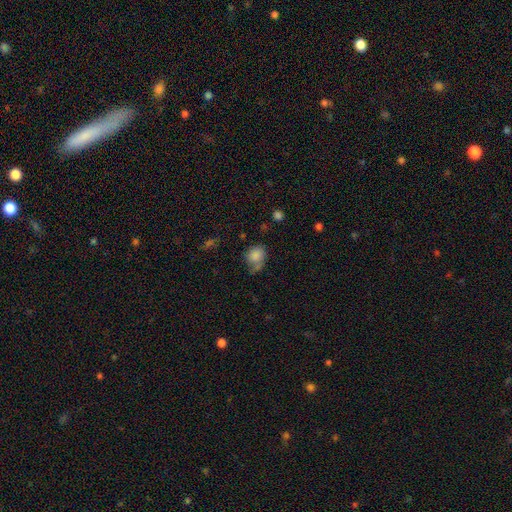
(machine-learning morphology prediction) Smooth or featured? smooth (79%)
How rounded? round (54%)
Merging? none (43%)